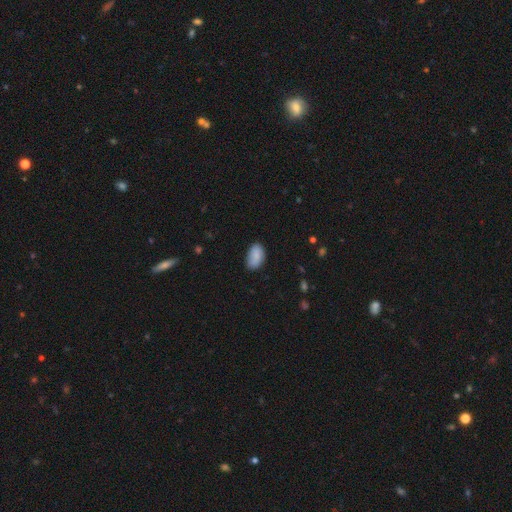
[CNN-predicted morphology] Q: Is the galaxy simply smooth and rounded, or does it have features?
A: smooth — 84%.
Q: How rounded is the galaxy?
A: in between — 93%.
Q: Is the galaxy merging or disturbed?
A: none — 73%.